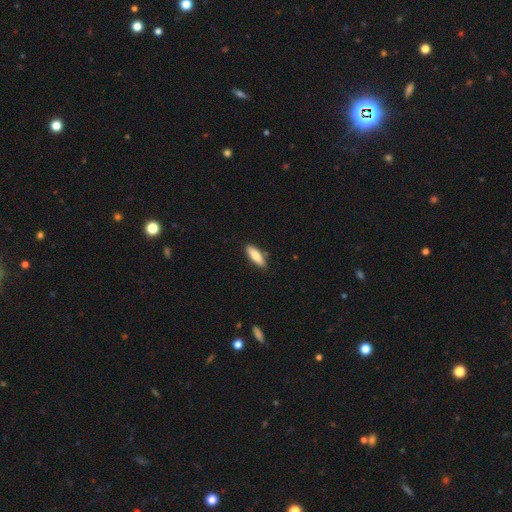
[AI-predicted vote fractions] Smooth or featured: smooth — 80% (featured or disk — 14%)
How rounded: in between — 49% (tied with cigar-shaped — 49%)
Merging: none — 85% (minor disturbance — 11%)